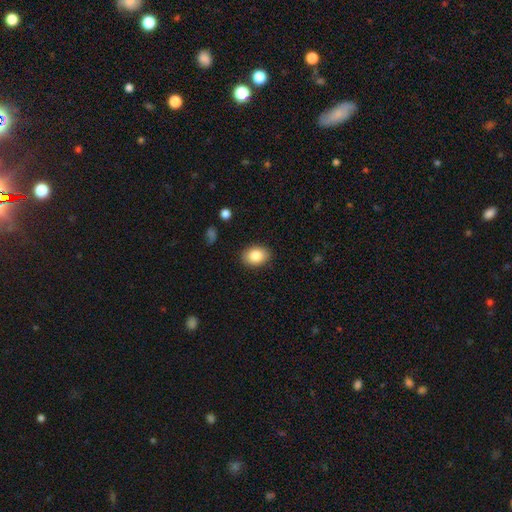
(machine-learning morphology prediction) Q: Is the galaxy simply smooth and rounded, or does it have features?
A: smooth — 86%.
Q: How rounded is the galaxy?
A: in between — 72%.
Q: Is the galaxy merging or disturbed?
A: none — 88%.